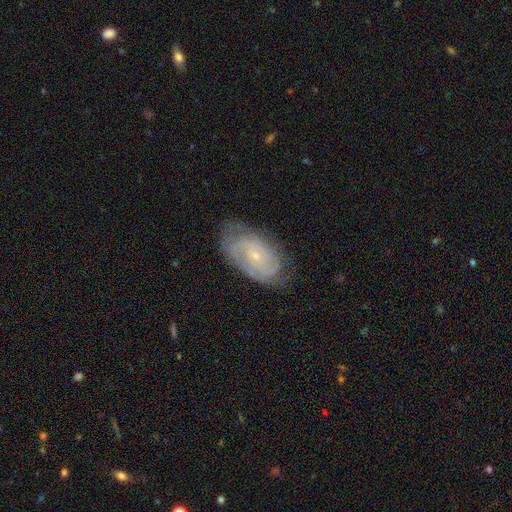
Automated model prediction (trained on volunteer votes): featured or disk 79%, smooth 15%, star or artifact 6%. Down the decision tree: edge-on disk — no (96%); bar — no (70%); spiral arms — yes (92%); spiral arm count — can't tell (37%); spiral winding — tight (64%); bulge size — small (81%); merging — none (70%).